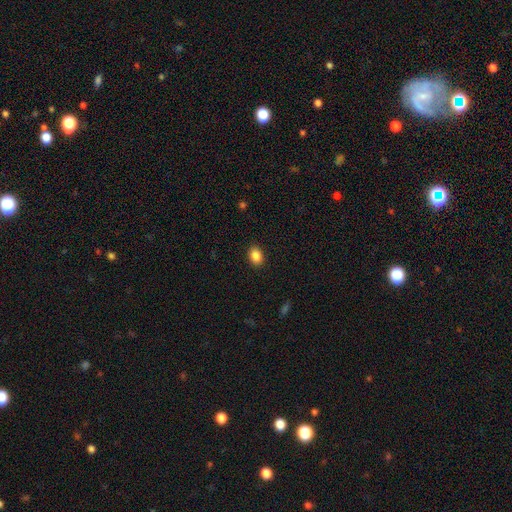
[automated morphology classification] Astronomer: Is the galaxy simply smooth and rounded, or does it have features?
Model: smooth — 88%.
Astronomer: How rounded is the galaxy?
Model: in between — 74%.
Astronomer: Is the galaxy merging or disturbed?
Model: none — 90%.